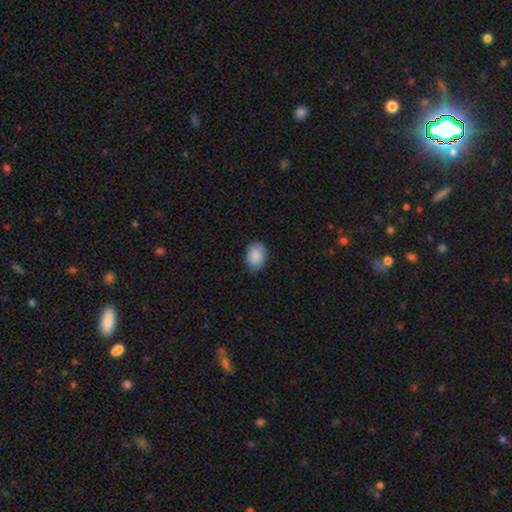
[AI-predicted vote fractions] Smooth or featured?
  - smooth: 89% *
  - star or artifact: 7%
  - featured or disk: 4%
How rounded?
  - in between: 73% *
  - round: 26%
  - cigar-shaped: 1%
Merging?
  - none: 85% *
  - minor disturbance: 12%
  - major disturbance: 2%
  - merger: 1%